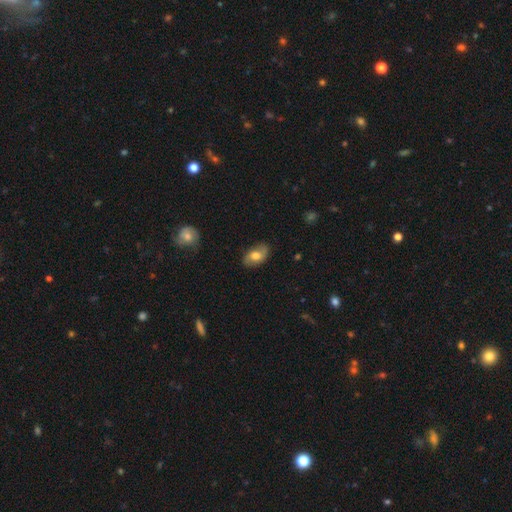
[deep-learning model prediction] smooth_or_featured: smooth (p=0.62) [alt: featured or disk p=0.31]
how_rounded: in between (p=0.91) [alt: round p=0.08]
merging: none (p=0.79) [alt: minor disturbance p=0.16]